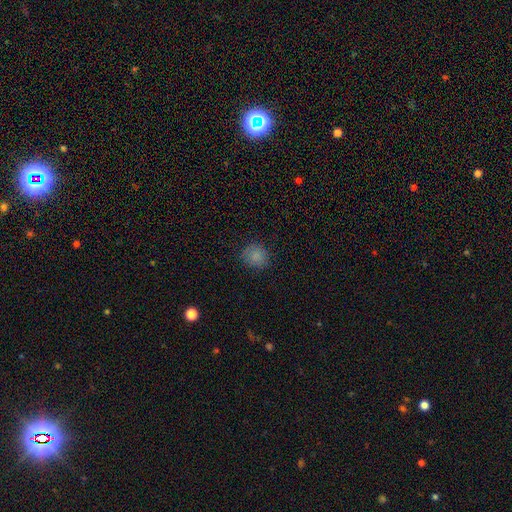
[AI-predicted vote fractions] A smooth galaxy with no disk features (84%) that is round (86%). Merging: none (87%).